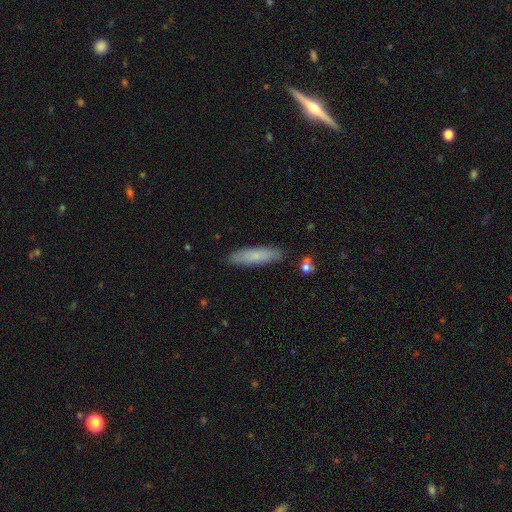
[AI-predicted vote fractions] smooth-or-featured: smooth: 75% | featured or disk: 18% | star or artifact: 6%
  how-rounded: cigar-shaped: 75% | in between: 23% | round: 2%
  merging: none: 87% | minor disturbance: 9% | major disturbance: 2% | merger: 2%